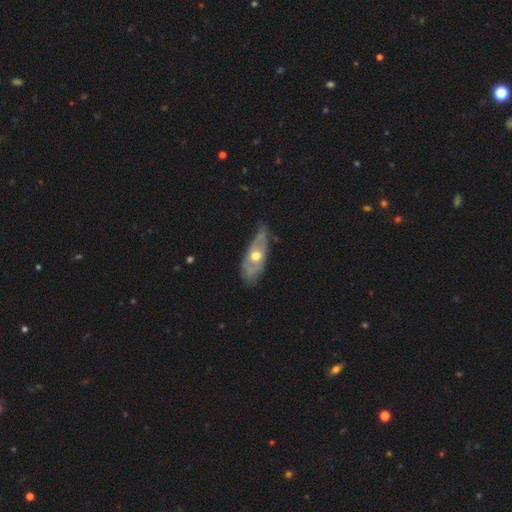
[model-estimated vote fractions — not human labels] The model was most divided on "smooth or featured": featured or disk: 62%, smooth: 32%, star or artifact: 6%. More confident: edge-on disk — no (71%); merging — none (66%).